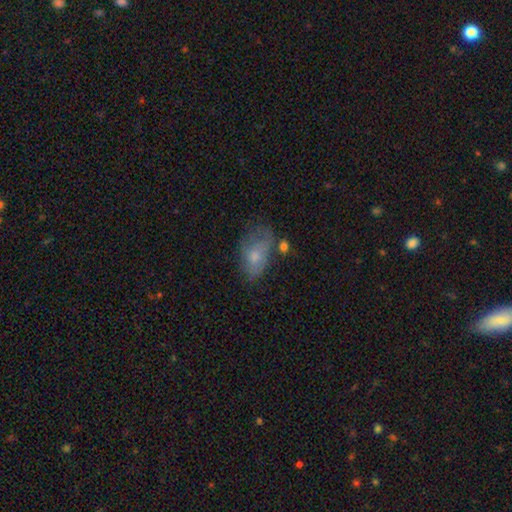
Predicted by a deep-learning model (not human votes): Smooth or featured? Predicted: smooth (p=0.63). How rounded? Predicted: in between (p=0.89). Merging? Predicted: none (p=0.40).